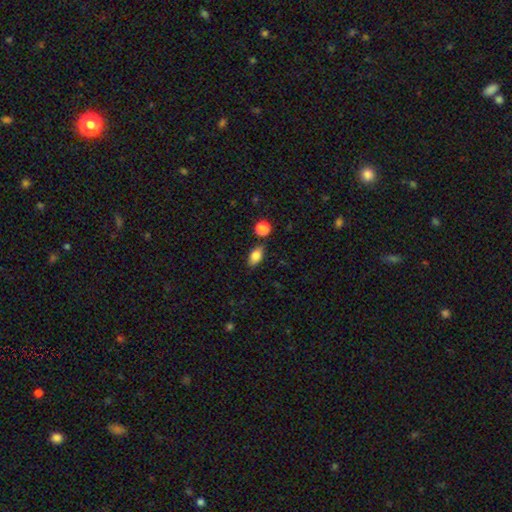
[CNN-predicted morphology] A smooth galaxy with no disk features (82%) that is in between round and cigar-shaped (86%).

Vote fractions:
- Smooth or featured? smooth: 82% / featured or disk: 9% / star or artifact: 8%
- How rounded? in between: 86% / round: 8% / cigar-shaped: 5%
- Merging? none: 80% / minor disturbance: 11% / merger: 6% / major disturbance: 3%